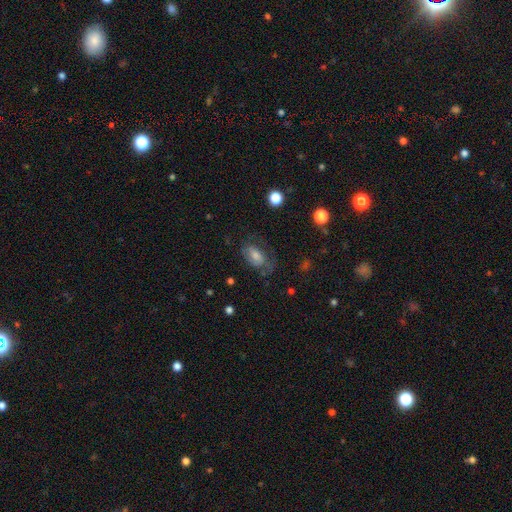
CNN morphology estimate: type=smooth (47%); merging=none (59%).